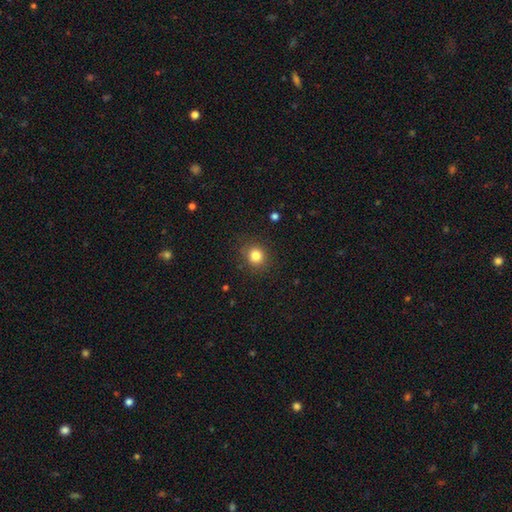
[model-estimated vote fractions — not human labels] Q: Smooth or featured?
A: smooth (82%); runner-up: star or artifact (12%)
Q: How rounded?
A: round (85%); runner-up: in between (14%)
Q: Merging?
A: none (87%); runner-up: minor disturbance (9%)